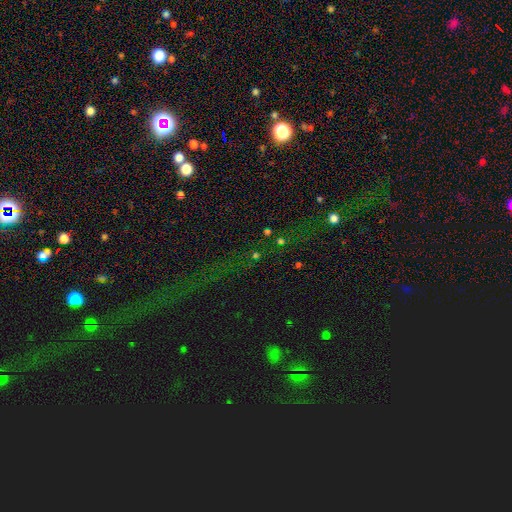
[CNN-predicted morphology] type=star or artifact (67%).